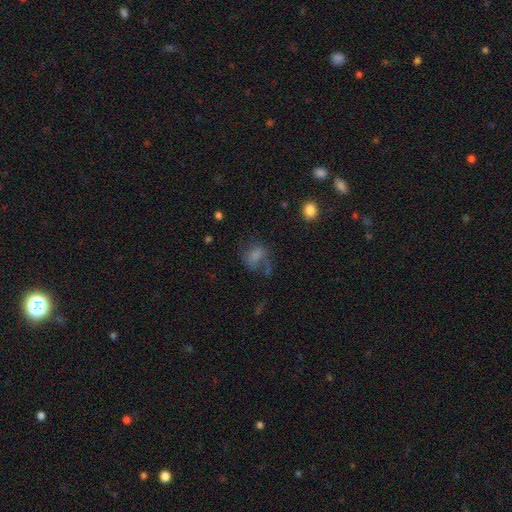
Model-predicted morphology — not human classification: smooth 61%, featured or disk 24%, star or artifact 15%. Down the decision tree: how rounded — in between (57%); merging — major disturbance (36%, tied with none).